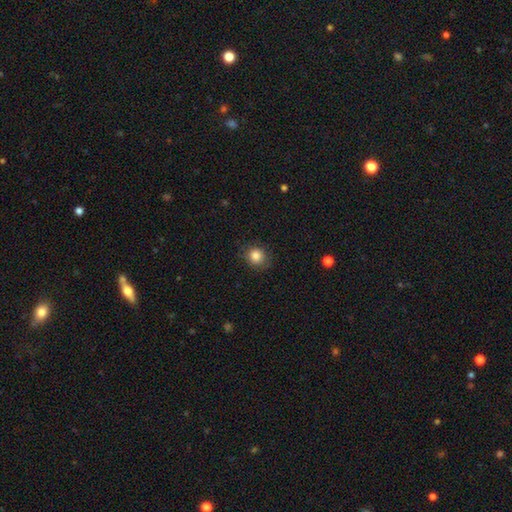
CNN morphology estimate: This appears to be a smooth galaxy with no disk features (85%) that is round (83%). Merging: none (83%).